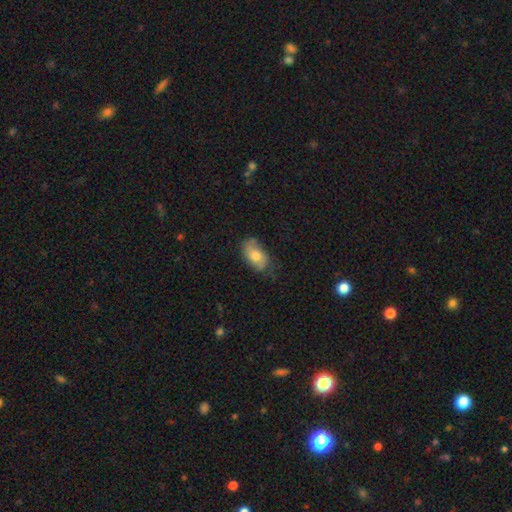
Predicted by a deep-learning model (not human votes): Smooth or featured? Predicted: smooth (p=0.65). How rounded? Predicted: in between (p=0.91). Merging? Predicted: none (p=0.63).